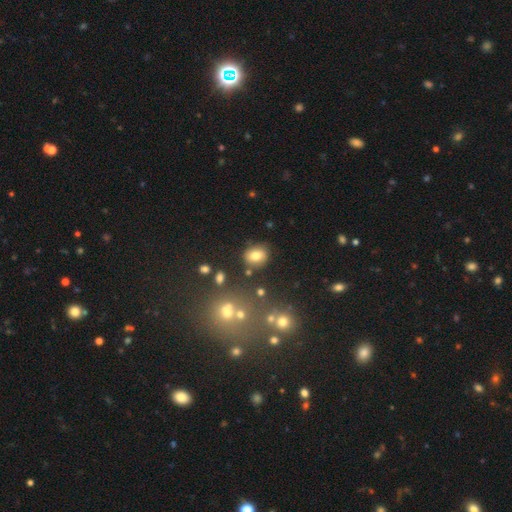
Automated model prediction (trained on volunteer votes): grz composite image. It shows a smooth galaxy with no disk features (77%) that is in between round and cigar-shaped (55%). Merging: none (81%).